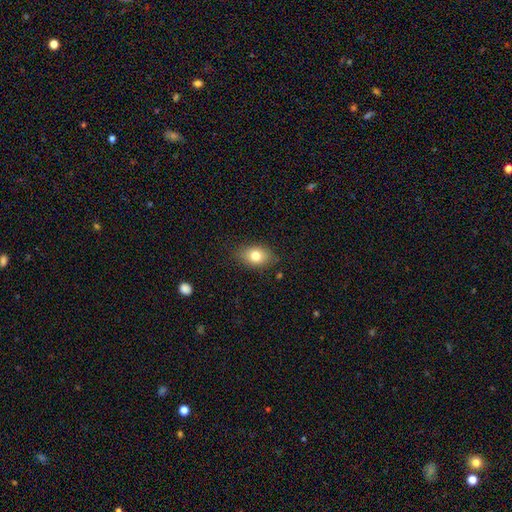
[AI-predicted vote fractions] Smooth or featured?
  - smooth: 77% *
  - featured or disk: 14%
  - star or artifact: 10%
How rounded?
  - in between: 78% *
  - round: 20%
  - cigar-shaped: 2%
Merging?
  - none: 83% *
  - minor disturbance: 13%
  - major disturbance: 3%
  - merger: 1%